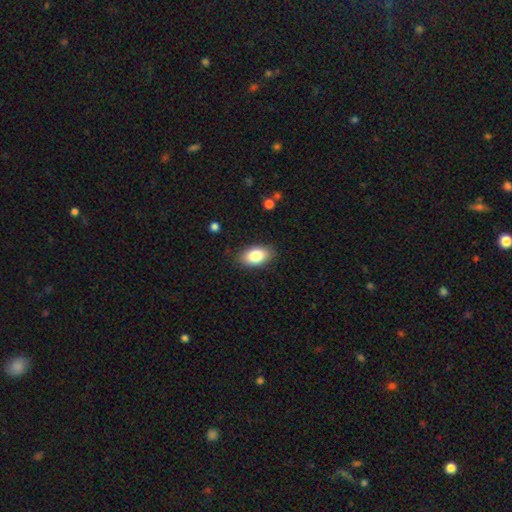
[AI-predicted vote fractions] A smooth galaxy with no disk features (83%) that is in between round and cigar-shaped (92%). Merging: none (86%).